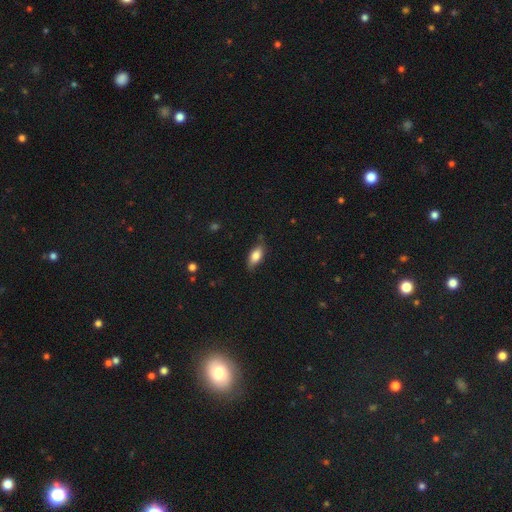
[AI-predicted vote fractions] smooth-or-featured: smooth: 78% | featured or disk: 15% | star or artifact: 7%
  how-rounded: in between: 83% | cigar-shaped: 14% | round: 3%
  merging: none: 76% | minor disturbance: 19% | major disturbance: 3% | merger: 1%